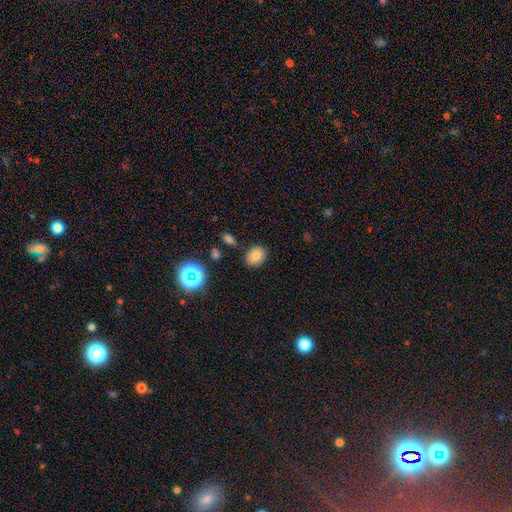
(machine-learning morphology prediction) Smooth or featured? Predicted: smooth (p=0.77). How rounded? Predicted: round (p=0.60). Merging? Predicted: none (p=0.81).